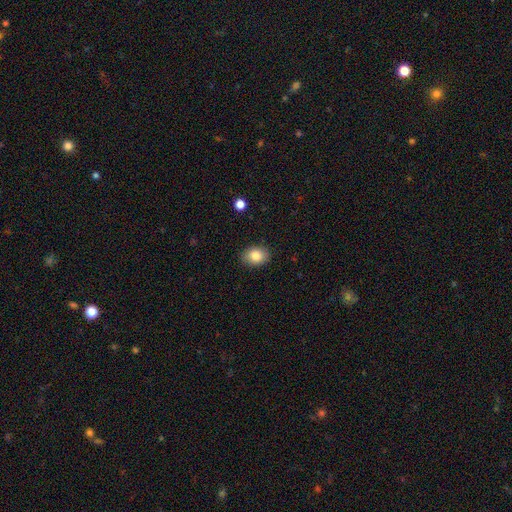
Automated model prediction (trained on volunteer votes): smooth-or-featured: smooth: 83% | star or artifact: 9% | featured or disk: 8%
  how-rounded: in between: 67% | round: 32% | cigar-shaped: 1%
  merging: none: 88% | minor disturbance: 9% | major disturbance: 2% | merger: 1%